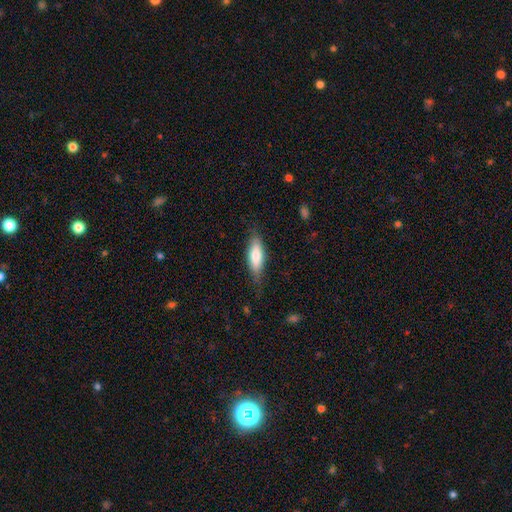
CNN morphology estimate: A smooth galaxy with no disk features (74%) that is in between round and cigar-shaped (61%). Merging: none (73%).